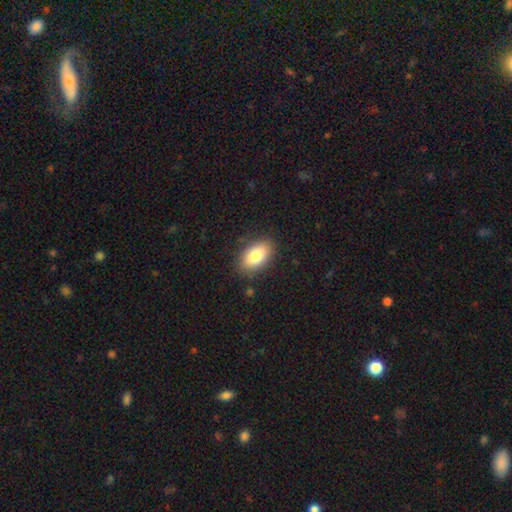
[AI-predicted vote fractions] Q: Smooth or featured?
A: smooth (81%); runner-up: featured or disk (12%)
Q: How rounded?
A: in between (91%); runner-up: round (7%)
Q: Merging?
A: none (86%); runner-up: minor disturbance (10%)